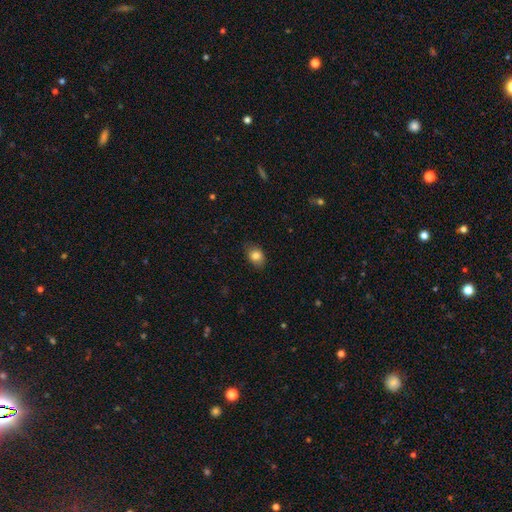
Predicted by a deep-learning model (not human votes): smooth 83%, star or artifact 9%, featured or disk 7%. Down the decision tree: how rounded — in between (66%); merging — none (80%).